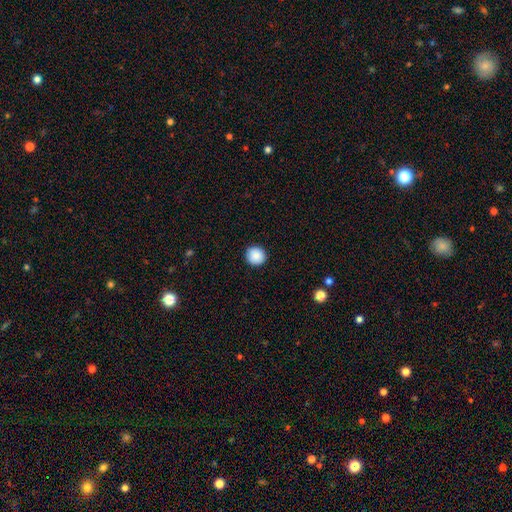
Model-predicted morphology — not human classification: smooth 88%, star or artifact 8%, featured or disk 4%. Down the decision tree: how rounded — round (92%); merging — none (92%).